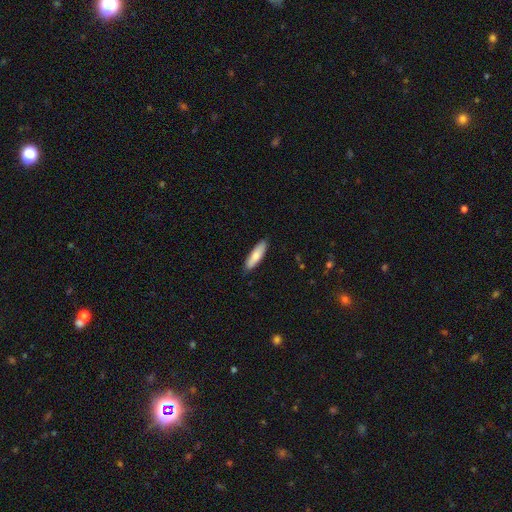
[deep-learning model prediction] A smooth galaxy with no disk features (78%) that is cigar-shaped (61%). Merging: none (87%).